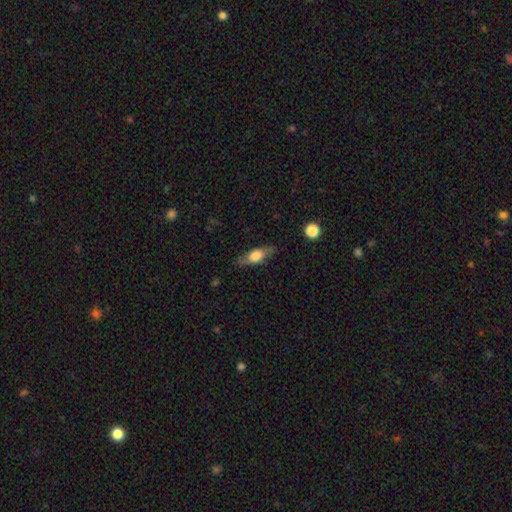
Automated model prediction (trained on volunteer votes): smooth_or_featured: smooth (p=0.52) [alt: featured or disk p=0.41]
how_rounded: in between (p=0.55) [alt: cigar-shaped p=0.39]
merging: none (p=0.80) [alt: minor disturbance p=0.14]